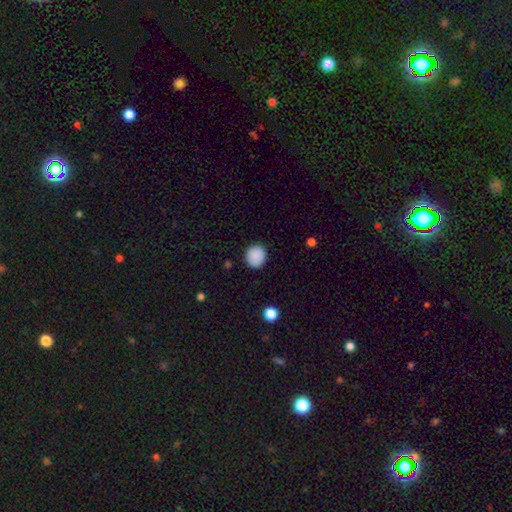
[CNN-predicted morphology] This is clearly a smooth galaxy (89%). How rounded: clearly round (87%). Merging: clearly none (89%).